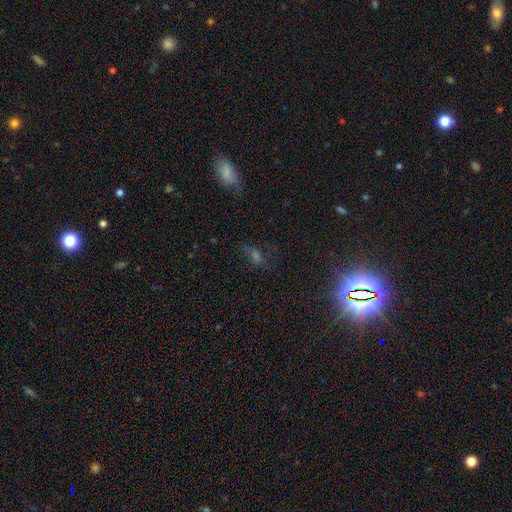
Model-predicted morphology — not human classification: This appears to be a star or artifact, not a galaxy (47%).